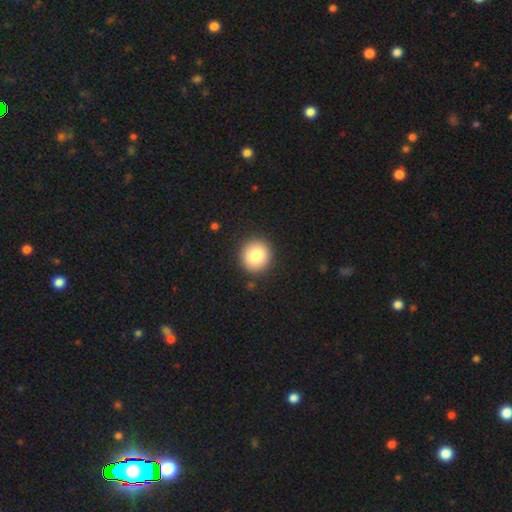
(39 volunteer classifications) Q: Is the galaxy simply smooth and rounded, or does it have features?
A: smooth — 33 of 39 (85%).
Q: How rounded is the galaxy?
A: round — 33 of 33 (100%).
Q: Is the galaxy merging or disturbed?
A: none — 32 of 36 (89%).